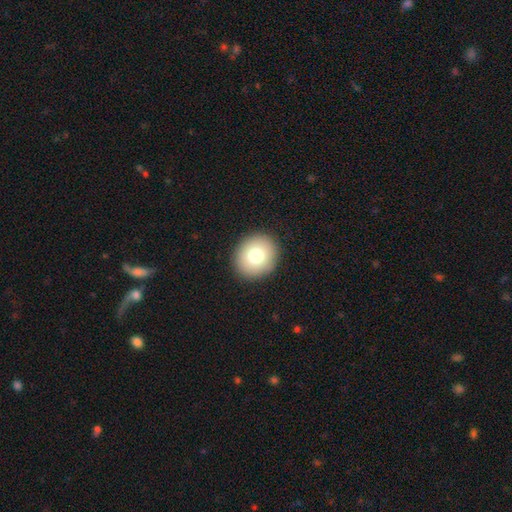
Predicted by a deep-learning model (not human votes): smooth_or_featured: smooth (p=0.77) [alt: featured or disk p=0.13]
how_rounded: round (p=0.79) [alt: in between p=0.20]
merging: none (p=0.91) [alt: minor disturbance p=0.06]